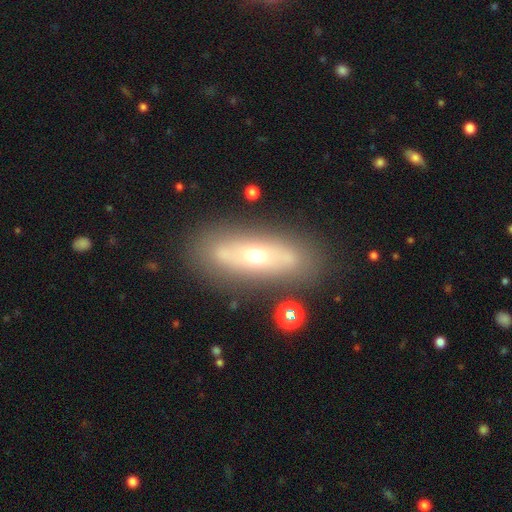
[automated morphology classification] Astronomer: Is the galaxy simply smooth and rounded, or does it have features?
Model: featured or disk — 54% (runner-up: smooth, 38%).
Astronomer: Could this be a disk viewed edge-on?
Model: no — 68%.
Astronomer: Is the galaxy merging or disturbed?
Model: none — 79%.